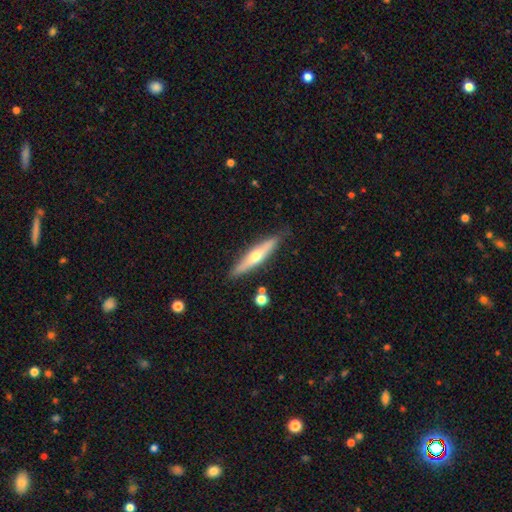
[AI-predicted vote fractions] Smooth or featured? featured or disk (54%)
Edge-on disk? yes (91%)
Merging? none (83%)